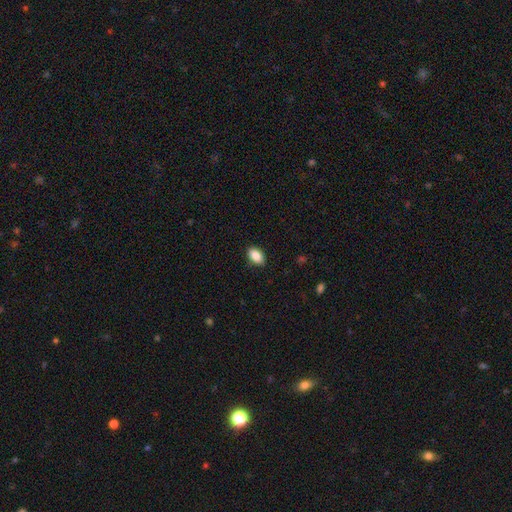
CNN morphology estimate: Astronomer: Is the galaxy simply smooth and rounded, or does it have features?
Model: smooth — 89%.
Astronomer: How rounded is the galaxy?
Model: in between — 91%.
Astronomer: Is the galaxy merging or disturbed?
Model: none — 88%.